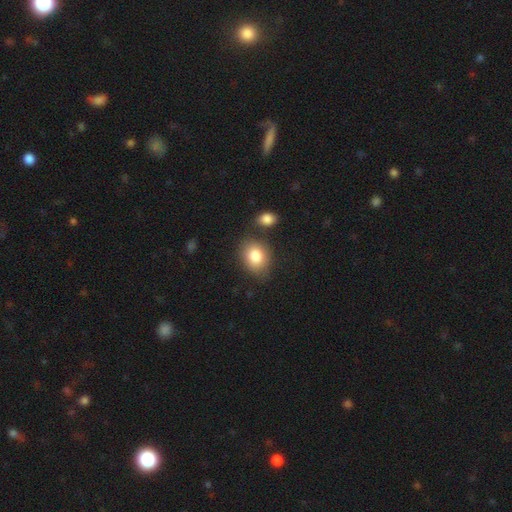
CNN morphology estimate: This is clearly a smooth galaxy (83%). How rounded: possibly in between (56%). Merging: likely none (69%).